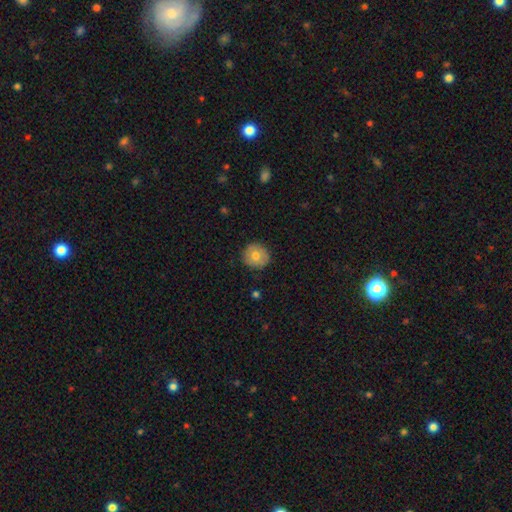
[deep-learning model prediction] This is likely a smooth galaxy (73%). How rounded: clearly round (90%). Merging: clearly none (86%).